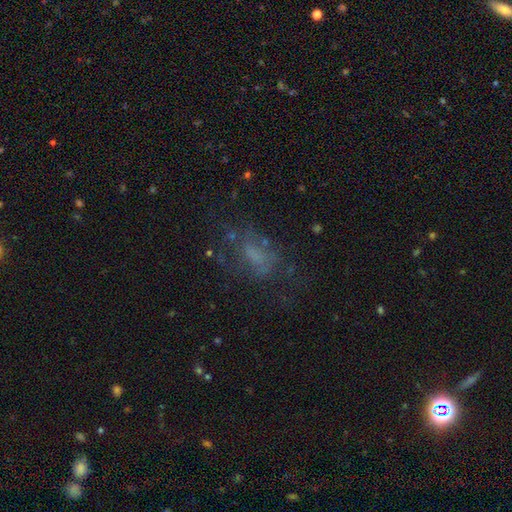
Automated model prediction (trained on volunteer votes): Morphology: type=smooth (40%); merging=none (50%).